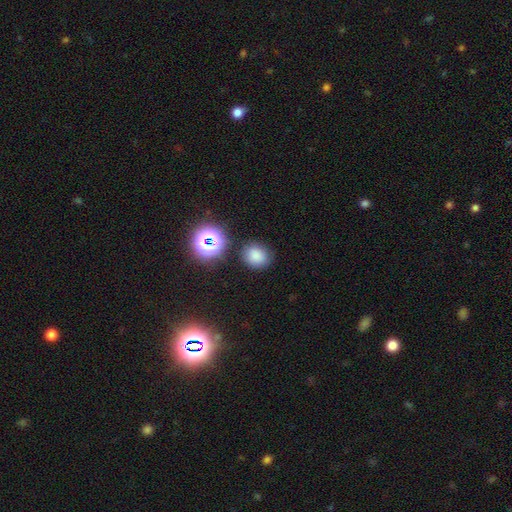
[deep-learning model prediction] Overall: smooth (78%). How rounded: round (69%; in between 30%). Merging: none (79%).